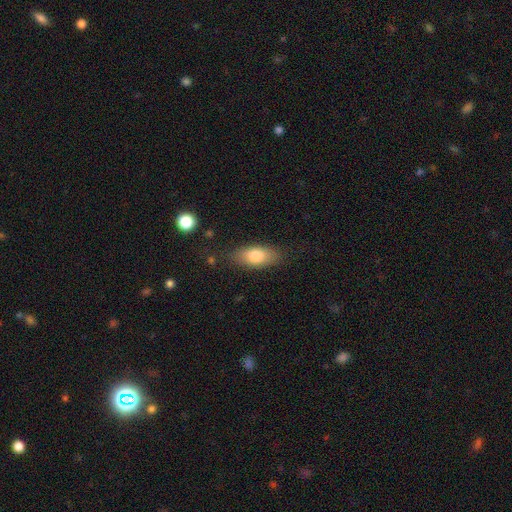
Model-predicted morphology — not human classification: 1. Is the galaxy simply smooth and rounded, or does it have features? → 79% smooth, 14% featured or disk, 7% star or artifact.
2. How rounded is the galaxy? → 86% in between, 11% cigar-shaped, 4% round.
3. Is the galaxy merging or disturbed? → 80% none, 14% minor disturbance, 4% major disturbance, 2% merger.